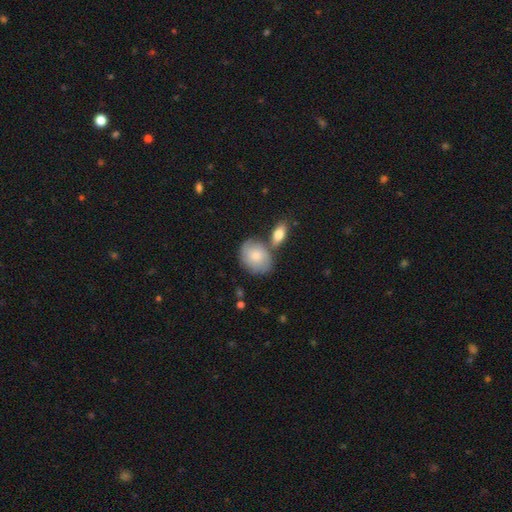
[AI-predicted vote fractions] Smooth or featured: smooth — 67% (featured or disk — 27%)
How rounded: in between — 58% (round — 40%)
Merging: none — 56% (minor disturbance — 20%)